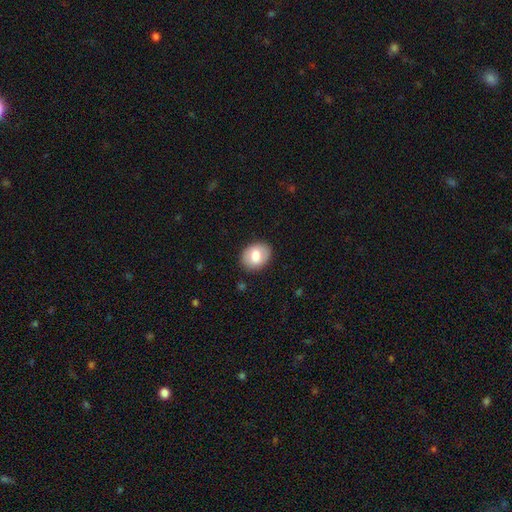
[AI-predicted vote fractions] smooth-or-featured: smooth: 74% | featured or disk: 19% | star or artifact: 7%
  how-rounded: in between: 61% | round: 38% | cigar-shaped: 1%
  merging: none: 86% | minor disturbance: 10% | major disturbance: 3% | merger: 1%